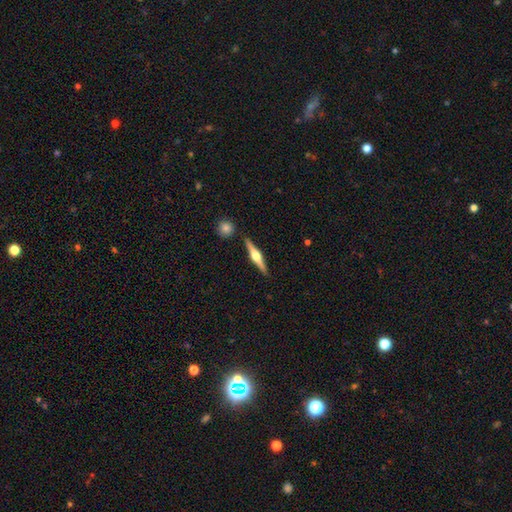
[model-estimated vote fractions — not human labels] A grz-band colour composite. It shows a featured or disk galaxy (76%) viewed edge-on (98%) with a rounded central bulge (94%). Merging: none (89%).